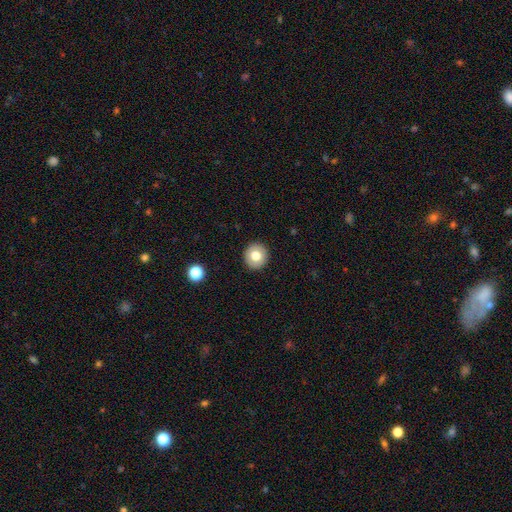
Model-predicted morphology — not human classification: Overall: smooth (76%). How rounded: round (90%). Merging: none (92%).